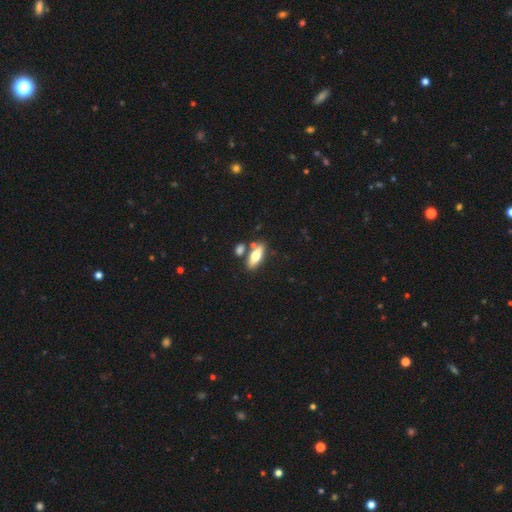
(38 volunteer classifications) This is likely a smooth galaxy (63%). How rounded: likely in between (79%). Merging: possibly none (55%).